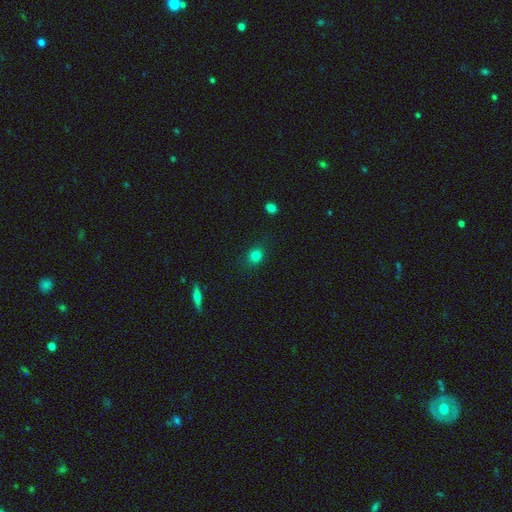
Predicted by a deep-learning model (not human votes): Smooth or featured?
  - smooth: 80% *
  - star or artifact: 13%
  - featured or disk: 6%
How rounded?
  - round: 72% *
  - in between: 27%
  - cigar-shaped: 1%
Merging?
  - none: 86% *
  - minor disturbance: 10%
  - major disturbance: 3%
  - merger: 1%